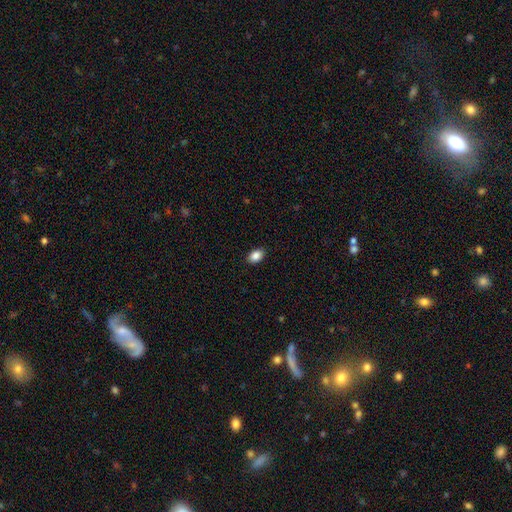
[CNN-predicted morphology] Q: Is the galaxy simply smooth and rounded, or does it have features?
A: smooth — 87%.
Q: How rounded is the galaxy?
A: in between — 87%.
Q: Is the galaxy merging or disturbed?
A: none — 89%.